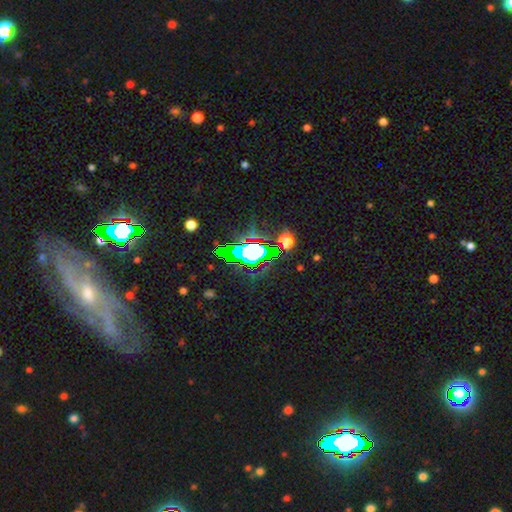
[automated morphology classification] A star or artifact, not a galaxy (62%).

Vote fractions:
- Smooth or featured? star or artifact: 62% / smooth: 22% / featured or disk: 16%